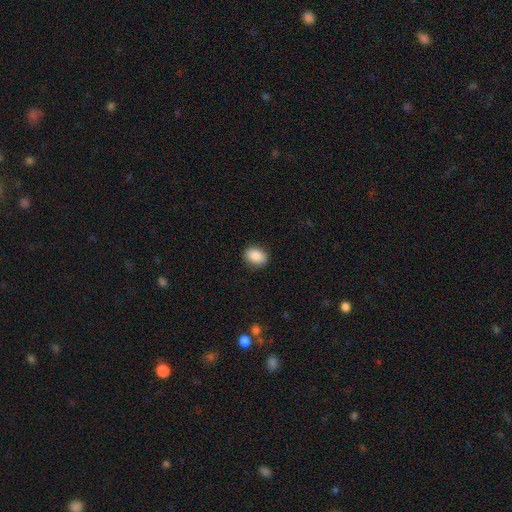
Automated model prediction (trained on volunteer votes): This is clearly a smooth galaxy (88%). How rounded: likely in between (69%). Merging: clearly none (88%).